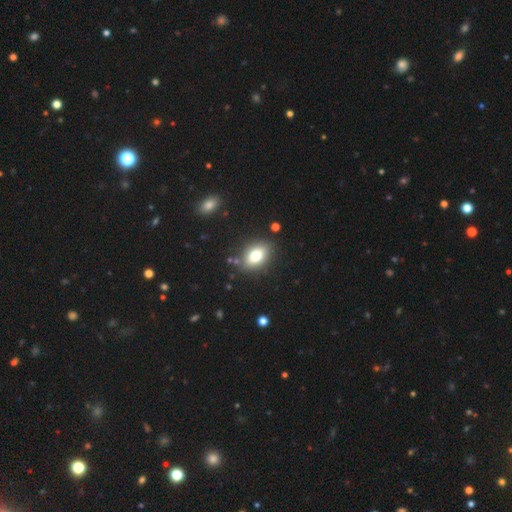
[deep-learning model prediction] The model was most divided on "how rounded": in between: 78%, round: 20%, cigar-shaped: 2%. More confident: merging — none (84%); smooth or featured — smooth (76%).